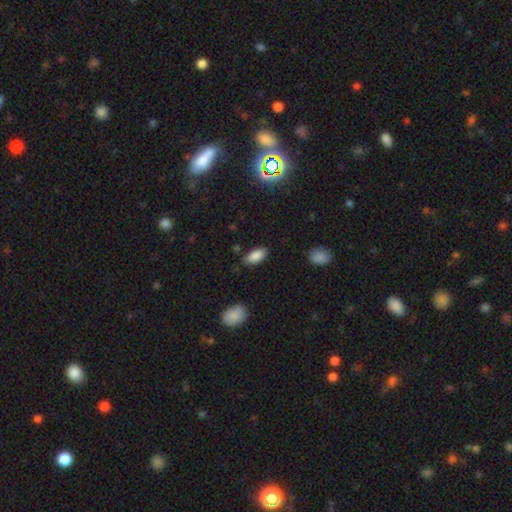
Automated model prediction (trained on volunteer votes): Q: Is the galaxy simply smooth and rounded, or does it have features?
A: smooth — 87%.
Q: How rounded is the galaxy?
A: in between — 91%.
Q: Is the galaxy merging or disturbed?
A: none — 81%.